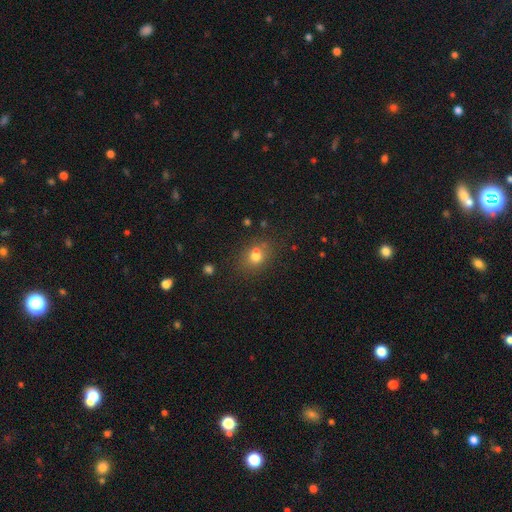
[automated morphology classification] Smooth or featured? Predicted: smooth (p=0.72). How rounded? Predicted: round (p=0.53). Merging? Predicted: none (p=0.57).